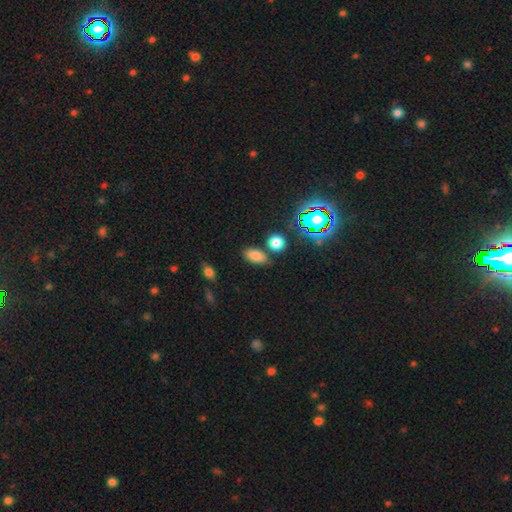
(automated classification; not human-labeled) Smooth or featured?
  - smooth: 78% *
  - star or artifact: 16%
  - featured or disk: 6%
How rounded?
  - in between: 86% *
  - round: 9%
  - cigar-shaped: 5%
Merging?
  - none: 75% *
  - minor disturbance: 11%
  - merger: 10%
  - major disturbance: 3%